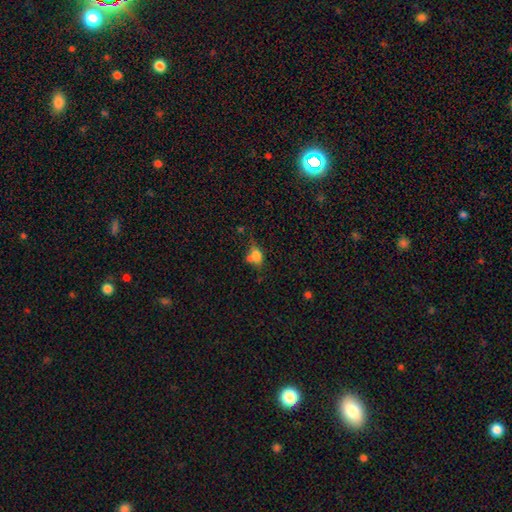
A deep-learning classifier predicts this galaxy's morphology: smooth_or_featured: smooth (p=0.72) [alt: featured or disk p=0.16]
how_rounded: in between (p=0.65) [alt: round p=0.31]
merging: merger (p=0.36) [alt: none p=0.34]